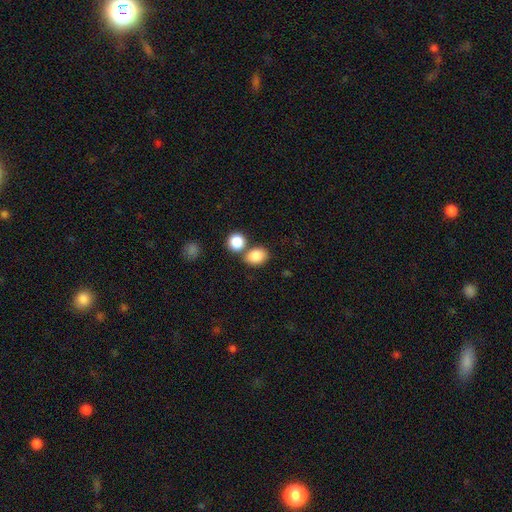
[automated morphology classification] smooth 85%, star or artifact 9%, featured or disk 6%. Down the decision tree: how rounded — in between (61%); merging — none (61%).